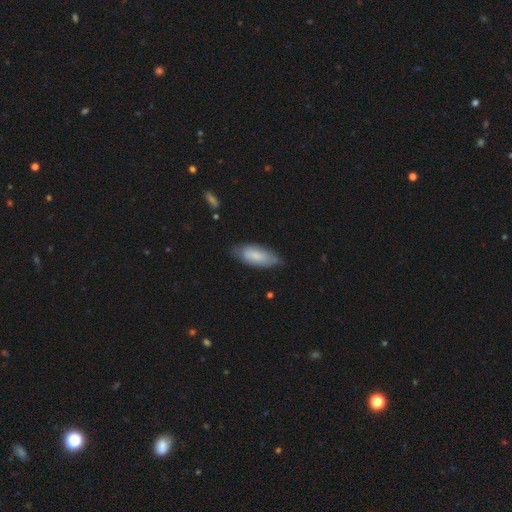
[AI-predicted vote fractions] This appears to be a smooth galaxy with no disk features (75%) that is in between round and cigar-shaped (83%). Merging: none (66%).